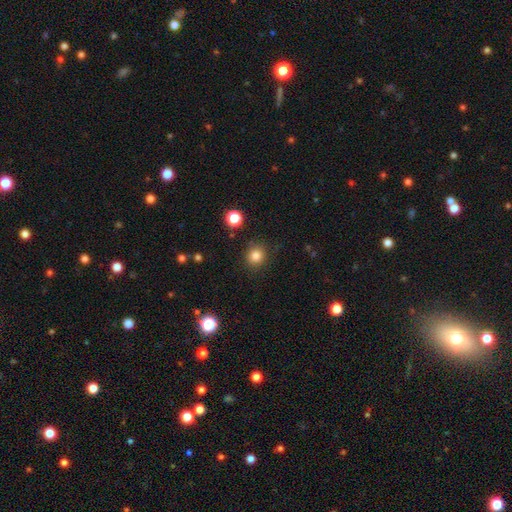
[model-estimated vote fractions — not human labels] A smooth galaxy with no disk features (83%) that is round (83%).

Vote fractions:
- Smooth or featured? smooth: 83% / star or artifact: 12% / featured or disk: 5%
- How rounded? round: 83% / in between: 16% / cigar-shaped: 1%
- Merging? none: 86% / minor disturbance: 9% / major disturbance: 3% / merger: 2%